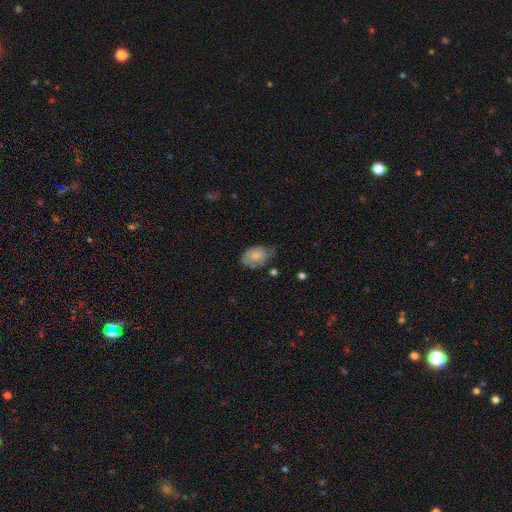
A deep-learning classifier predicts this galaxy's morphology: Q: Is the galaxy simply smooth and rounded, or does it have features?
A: smooth — 78%.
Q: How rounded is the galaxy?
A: in between — 79%.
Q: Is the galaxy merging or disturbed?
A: none — 46%.